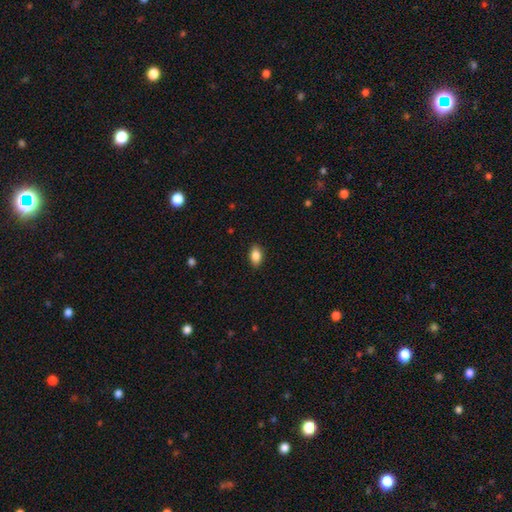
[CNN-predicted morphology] This is clearly a smooth galaxy (86%). How rounded: clearly in between (89%). Merging: clearly none (89%).